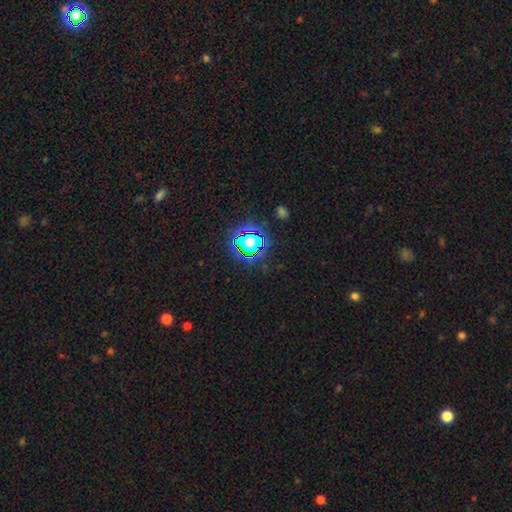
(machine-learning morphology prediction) Smooth or featured? Predicted: star or artifact (p=0.81).